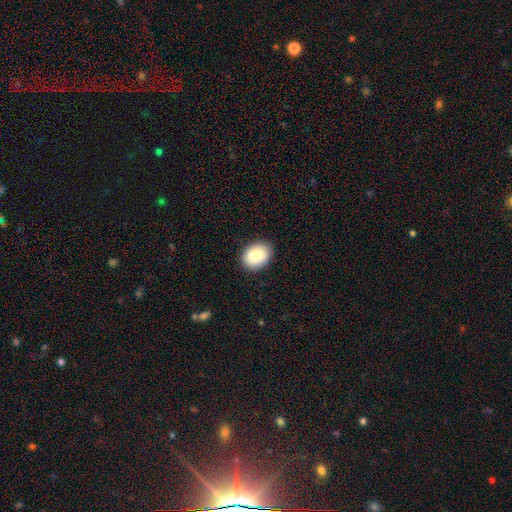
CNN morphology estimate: This appears to be a smooth galaxy with no disk features (88%) that is in between round and cigar-shaped (71%). Merging: none (87%).